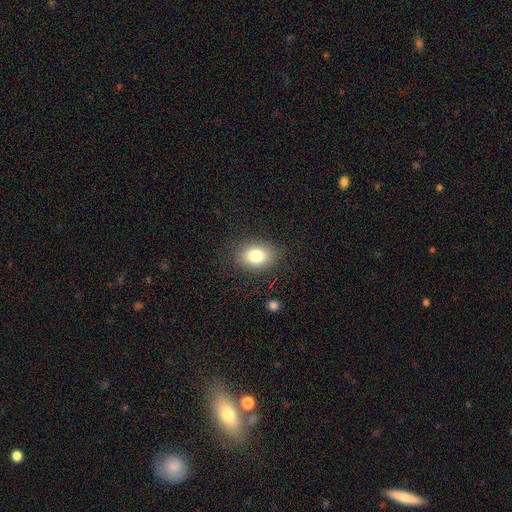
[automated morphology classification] Smooth or featured?
  - smooth: 80% *
  - star or artifact: 11%
  - featured or disk: 10%
How rounded?
  - in between: 63% *
  - round: 36%
  - cigar-shaped: 1%
Merging?
  - none: 85% *
  - minor disturbance: 10%
  - major disturbance: 4%
  - merger: 1%